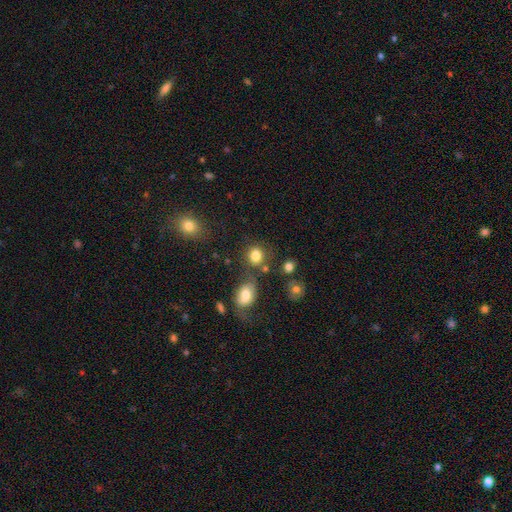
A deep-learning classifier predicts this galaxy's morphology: This is clearly a smooth galaxy (82%). How rounded: likely round (74%). Merging: likely none (68%).